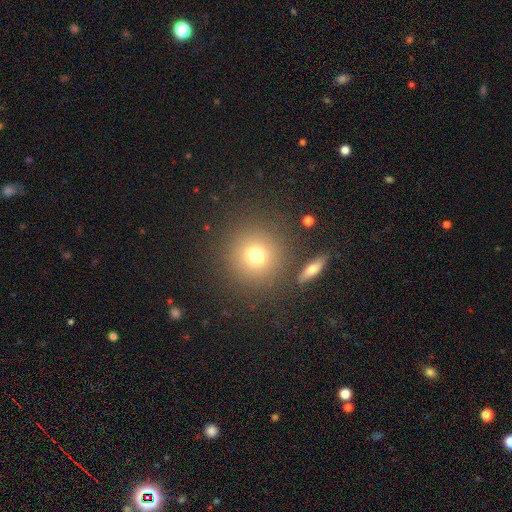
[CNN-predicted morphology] smooth_or_featured: smooth (p=0.73) [alt: star or artifact p=0.15]
how_rounded: round (p=0.93) [alt: in between p=0.06]
merging: none (p=0.83) [alt: minor disturbance p=0.08]